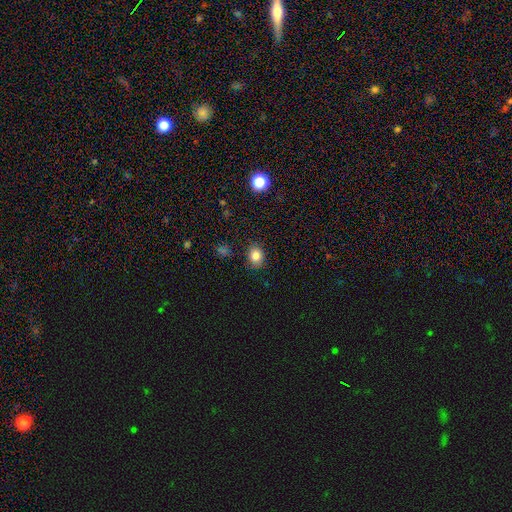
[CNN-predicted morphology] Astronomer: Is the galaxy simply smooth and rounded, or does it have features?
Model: smooth — 83%.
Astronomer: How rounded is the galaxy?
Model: round — 52% (runner-up: in between, 47%).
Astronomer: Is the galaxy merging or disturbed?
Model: none — 84%.